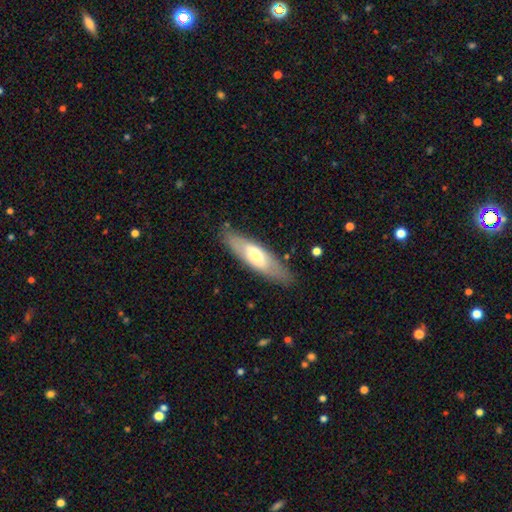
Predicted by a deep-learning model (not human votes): smooth-or-featured: smooth: 56% | featured or disk: 39% | star or artifact: 5%
  how-rounded: cigar-shaped: 52% | in between: 46% | round: 2%
  merging: none: 83% | minor disturbance: 12% | major disturbance: 3% | merger: 2%